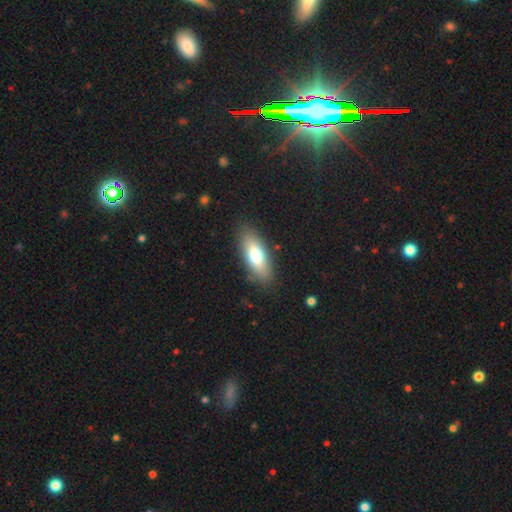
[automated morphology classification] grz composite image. It shows a smooth galaxy with no disk features (72%) that is in between round and cigar-shaped (76%). Merging: none (85%).